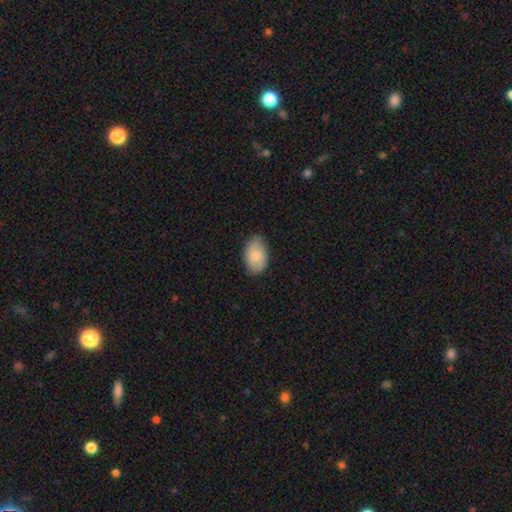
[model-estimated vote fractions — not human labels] Morphology: type=smooth (79%); roundness=in between (90%); merging=none (80%).